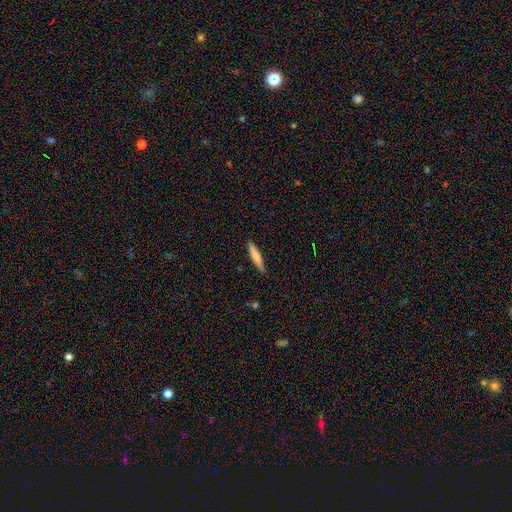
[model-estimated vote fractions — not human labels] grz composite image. It shows a smooth galaxy with no disk features (70%) that is cigar-shaped (91%). Merging: none (88%).